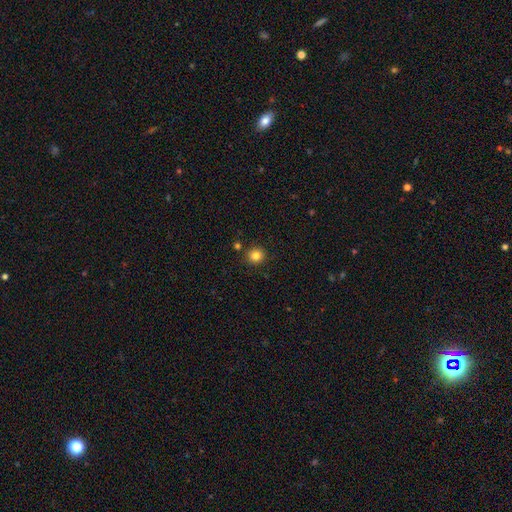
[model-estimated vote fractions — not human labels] smooth_or_featured: smooth (p=0.82) [alt: star or artifact p=0.12]
how_rounded: round (p=0.92) [alt: in between p=0.07]
merging: none (p=0.87) [alt: minor disturbance p=0.07]